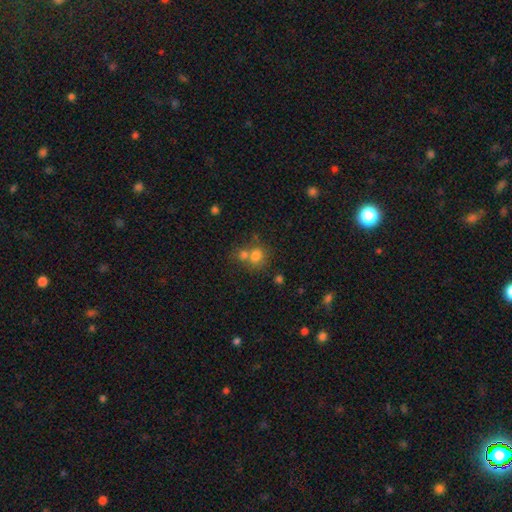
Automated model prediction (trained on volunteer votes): smooth 73%, star or artifact 14%, featured or disk 13%. Down the decision tree: how rounded — round (72%); merging — merger (49%).